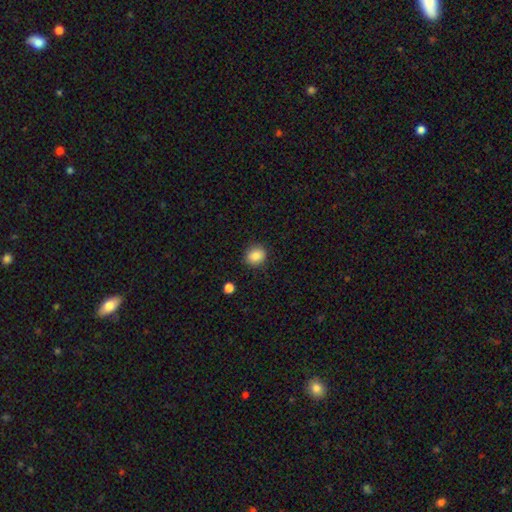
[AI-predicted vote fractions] A smooth galaxy with no disk features (86%) that is round (82%).

Vote fractions:
- Smooth or featured? smooth: 86% / star or artifact: 9% / featured or disk: 5%
- How rounded? round: 82% / in between: 17% / cigar-shaped: 1%
- Merging? none: 89% / minor disturbance: 7% / major disturbance: 2% / merger: 1%